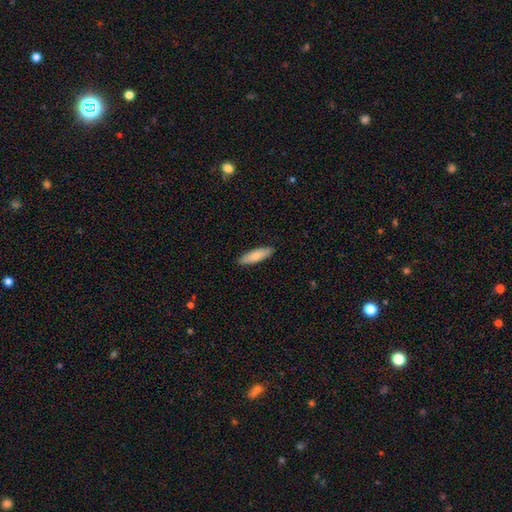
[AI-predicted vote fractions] Overall: smooth (81%). How rounded: cigar-shaped (56%; in between 42%). Merging: none (89%).